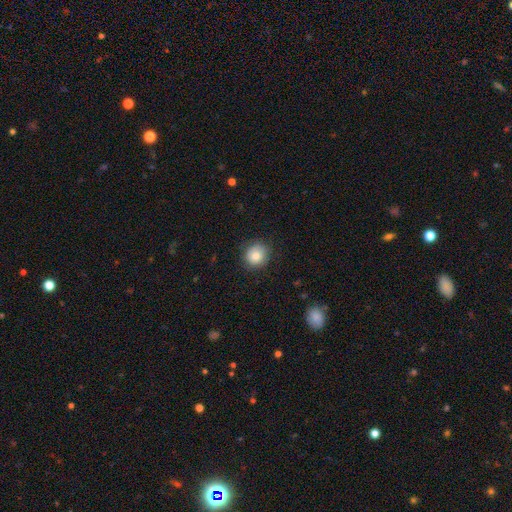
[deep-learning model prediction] A smooth galaxy with no disk features (83%) that is round (88%). Merging: none (82%).